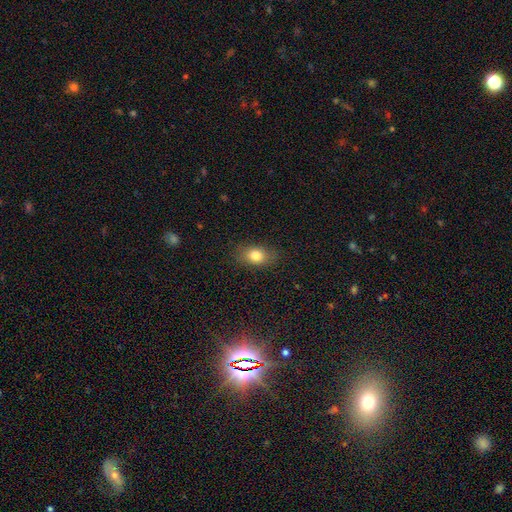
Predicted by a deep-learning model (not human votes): smooth_or_featured: smooth (p=0.80) [alt: star or artifact p=0.10]
how_rounded: in between (p=0.75) [alt: round p=0.23]
merging: none (p=0.84) [alt: minor disturbance p=0.11]